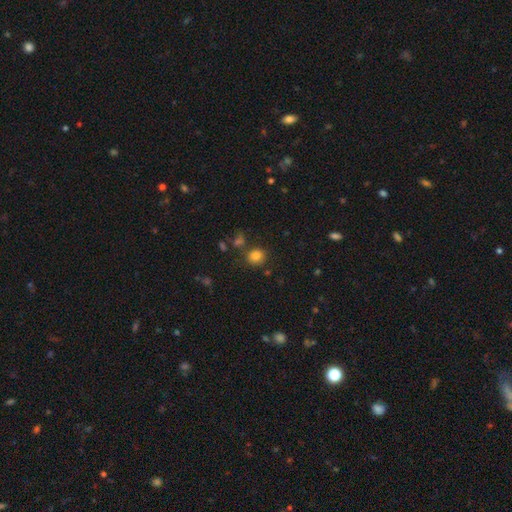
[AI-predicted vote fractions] This is clearly a smooth galaxy (82%). How rounded: clearly round (81%). Merging: likely none (78%).